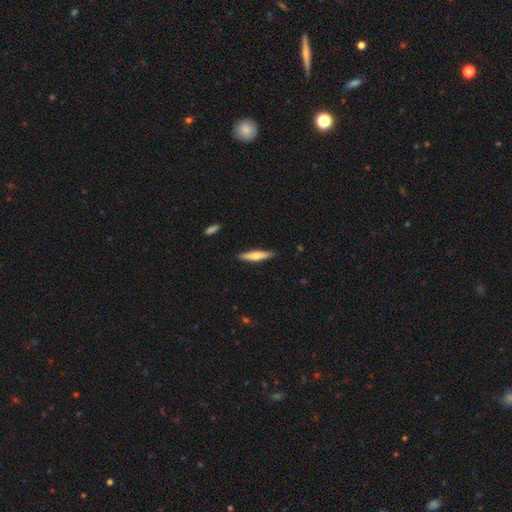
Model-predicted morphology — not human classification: smooth_or_featured: smooth (p=0.52) [alt: featured or disk p=0.43]
how_rounded: cigar-shaped (p=0.86) [alt: in between p=0.12]
merging: none (p=0.89) [alt: minor disturbance p=0.08]